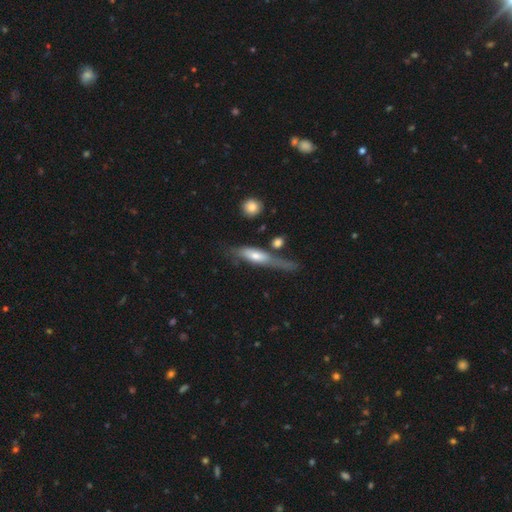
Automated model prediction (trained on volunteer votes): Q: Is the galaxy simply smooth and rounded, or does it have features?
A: featured or disk — 47%.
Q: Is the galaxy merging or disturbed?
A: none — 42%.